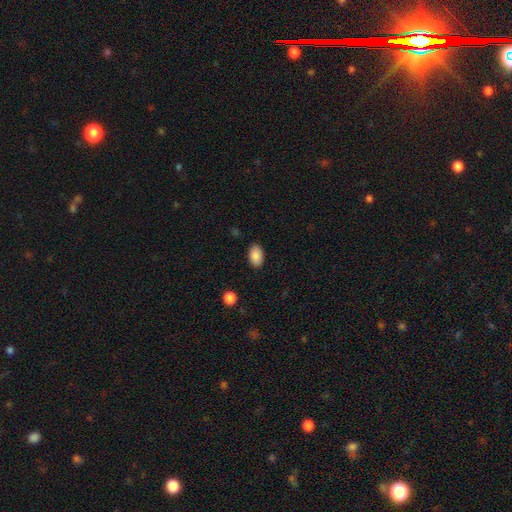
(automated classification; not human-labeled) smooth-or-featured: smooth: 88% | star or artifact: 7% | featured or disk: 4%
  how-rounded: in between: 91% | round: 8% | cigar-shaped: 1%
  merging: none: 87% | minor disturbance: 10% | major disturbance: 2% | merger: 1%